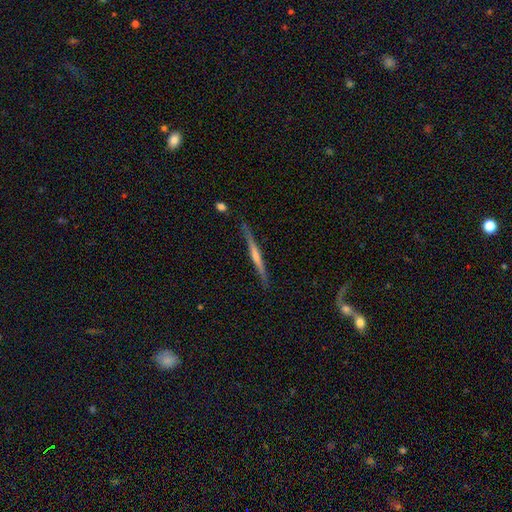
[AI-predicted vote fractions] Morphology: type=featured or disk (69%); edge-on=yes (97%); edge-on bulge=rounded (46%); merging=none (87%).